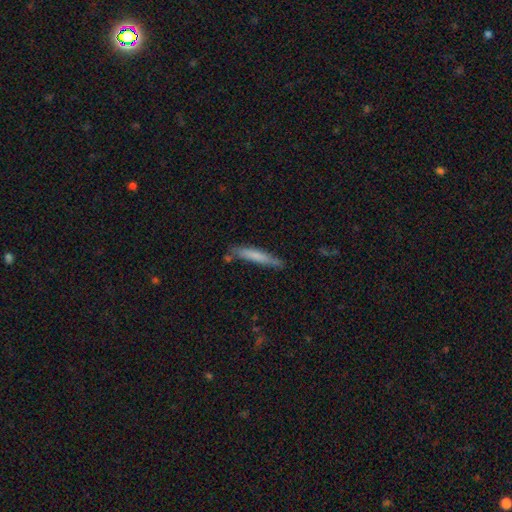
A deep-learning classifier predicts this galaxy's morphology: The model was most divided on "smooth or featured": smooth: 70%, featured or disk: 24%, star or artifact: 6%. More confident: how rounded — cigar-shaped (93%); merging — none (75%).